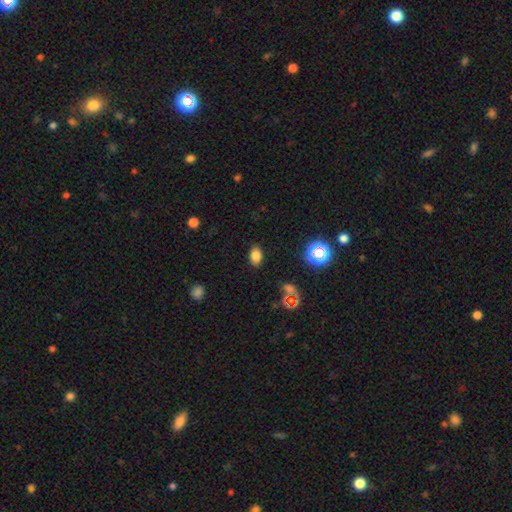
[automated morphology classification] type=smooth (78%); roundness=in between (85%); merging=none (87%).